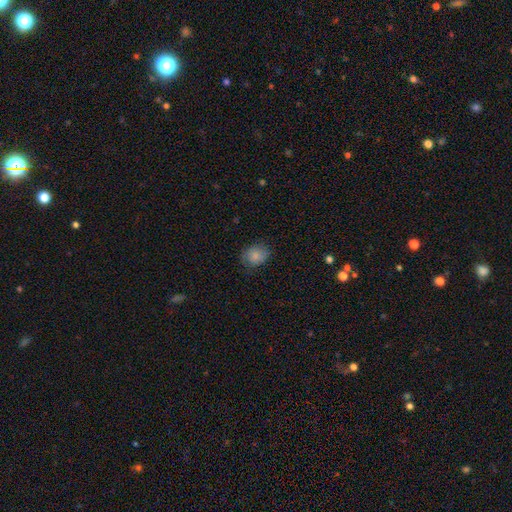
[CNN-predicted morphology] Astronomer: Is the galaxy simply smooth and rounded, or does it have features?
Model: smooth — 82%.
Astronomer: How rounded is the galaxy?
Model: round — 54% (runner-up: in between, 45%).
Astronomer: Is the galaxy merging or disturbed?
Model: none — 75%.